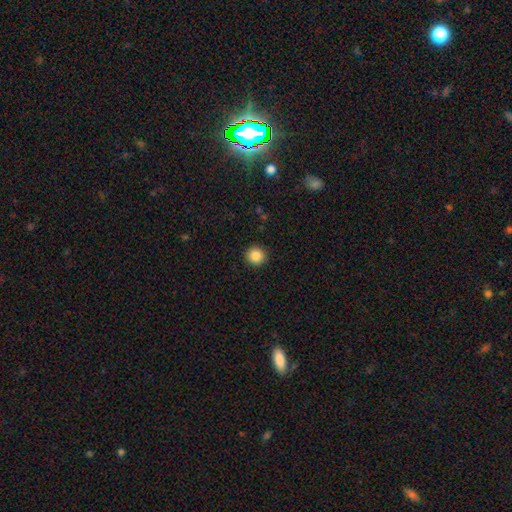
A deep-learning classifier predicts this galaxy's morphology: The model was most divided on "smooth or featured": smooth: 86%, star or artifact: 10%, featured or disk: 4%. More confident: how rounded — round (94%); merging — none (92%).